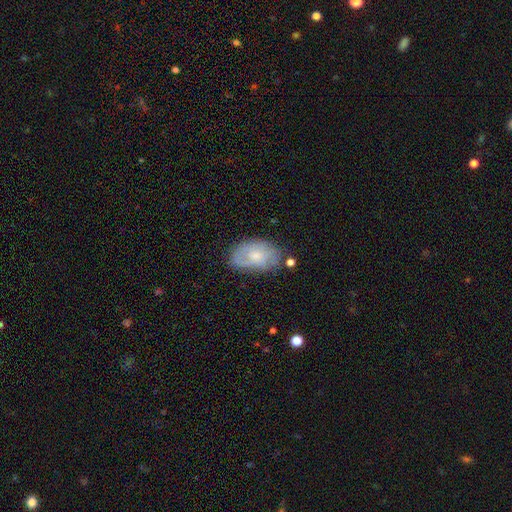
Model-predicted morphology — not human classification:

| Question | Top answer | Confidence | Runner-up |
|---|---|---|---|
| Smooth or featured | featured or disk | 49% | smooth (43%) |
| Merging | none | 66% | minor disturbance (24%) |